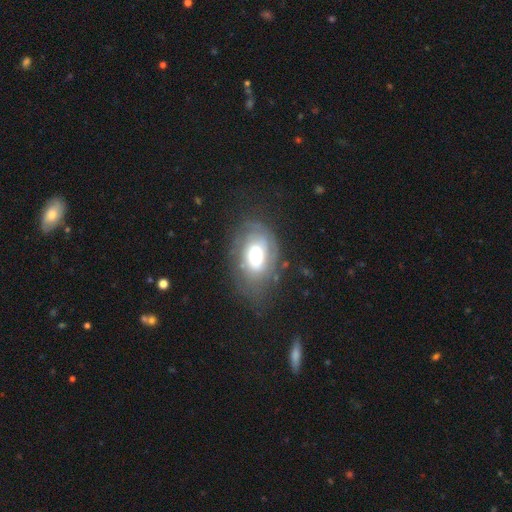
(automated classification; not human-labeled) Smooth or featured?
  - featured or disk: 58% *
  - smooth: 34%
  - star or artifact: 8%
Edge-on disk?
  - no: 94% *
  - yes: 6%
Bar?
  - no: 63% *
  - weak: 27%
  - strong: 11%
Spiral arms?
  - yes: 63% *
  - no: 37%
Bulge size?
  - moderate: 48% *
  - large: 38%
  - dominant: 7%
  - small: 6%
  - none: 1%
Merging?
  - none: 59% *
  - minor disturbance: 22%
  - major disturbance: 17%
  - merger: 2%